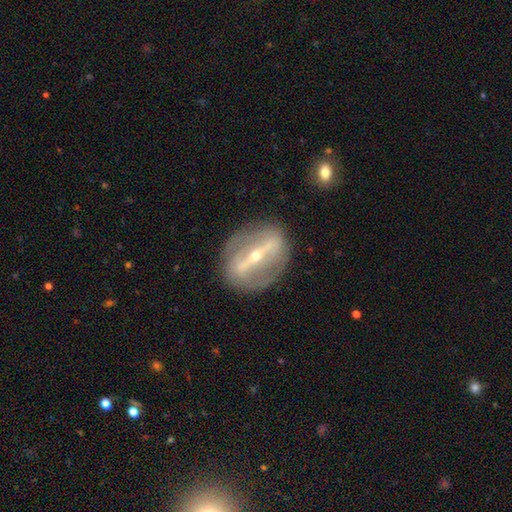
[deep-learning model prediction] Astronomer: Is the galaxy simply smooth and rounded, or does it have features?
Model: featured or disk — 83%.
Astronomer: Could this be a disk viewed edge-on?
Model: no — 79%.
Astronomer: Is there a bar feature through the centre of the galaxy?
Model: strong — 84%.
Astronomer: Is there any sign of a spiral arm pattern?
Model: no — 62% (runner-up: yes, 38%).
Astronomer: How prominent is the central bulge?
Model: small — 63%.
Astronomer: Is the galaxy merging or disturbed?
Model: none — 81%.